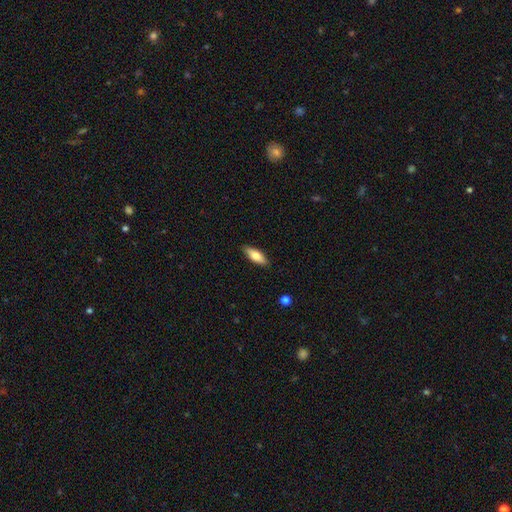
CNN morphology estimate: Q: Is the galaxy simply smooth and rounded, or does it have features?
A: smooth — 74%.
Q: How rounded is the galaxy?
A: in between — 71%.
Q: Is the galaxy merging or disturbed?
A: none — 87%.